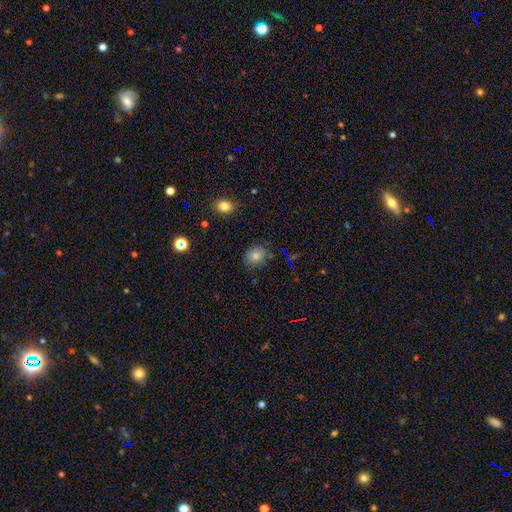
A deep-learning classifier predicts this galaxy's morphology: Smooth or featured? Predicted: smooth (p=0.75). How rounded? Predicted: round (p=0.66). Merging? Predicted: none (p=0.83).